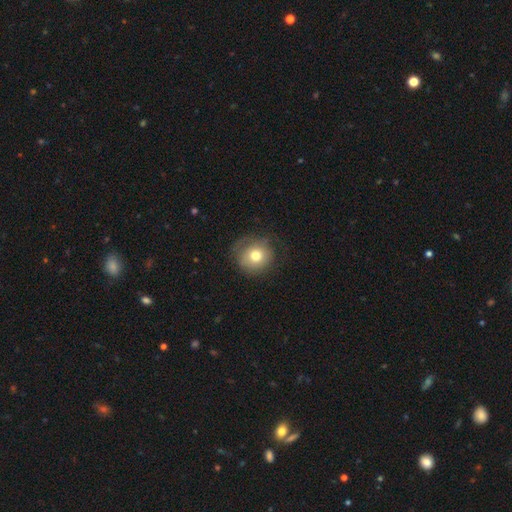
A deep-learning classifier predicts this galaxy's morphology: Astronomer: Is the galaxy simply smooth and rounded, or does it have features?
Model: smooth — 71%.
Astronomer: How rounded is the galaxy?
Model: round — 88%.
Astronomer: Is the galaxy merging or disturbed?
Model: none — 68%.